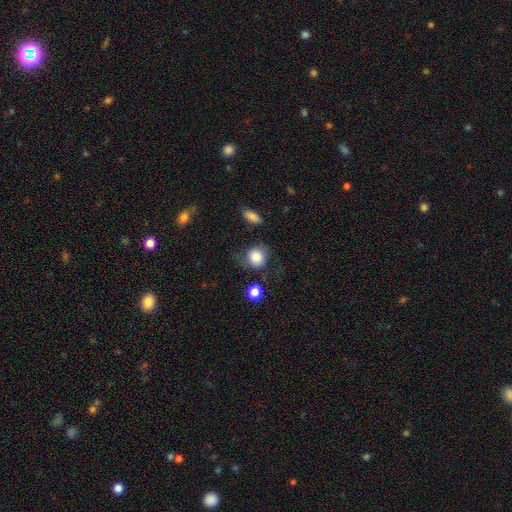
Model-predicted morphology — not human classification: Smooth or featured: smooth — 76% (featured or disk — 16%)
How rounded: round — 82% (in between — 17%)
Merging: none — 55% (minor disturbance — 24%)